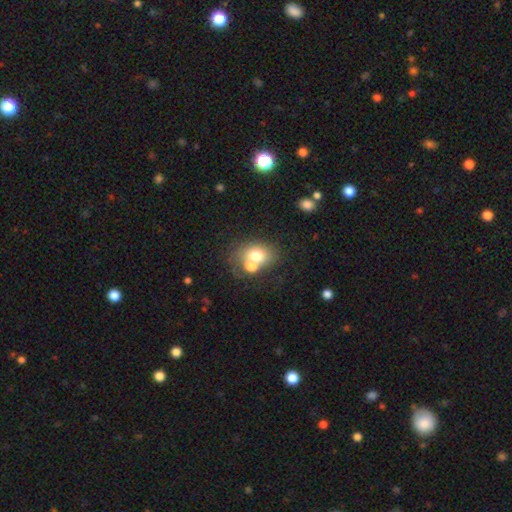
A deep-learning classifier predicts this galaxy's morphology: smooth_or_featured: smooth (p=0.66) [alt: featured or disk p=0.22]
how_rounded: in between (p=0.53) [alt: round p=0.46]
merging: merger (p=0.48) [alt: none p=0.36]